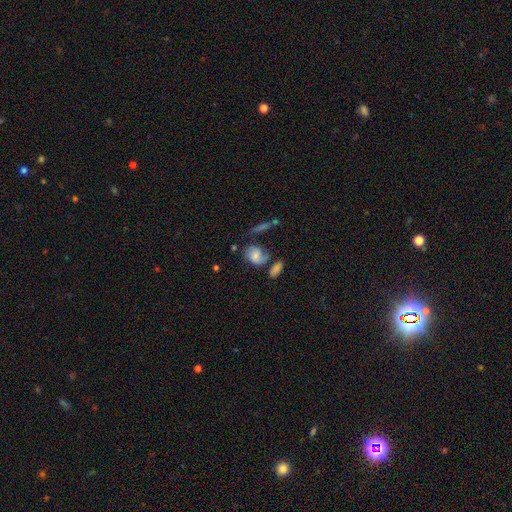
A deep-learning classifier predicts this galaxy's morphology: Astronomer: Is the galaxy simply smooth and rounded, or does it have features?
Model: smooth — 54% (runner-up: featured or disk, 36%).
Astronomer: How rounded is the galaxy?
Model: in between — 64%.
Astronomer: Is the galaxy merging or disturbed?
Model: none — 45% (runner-up: minor disturbance, 23%).